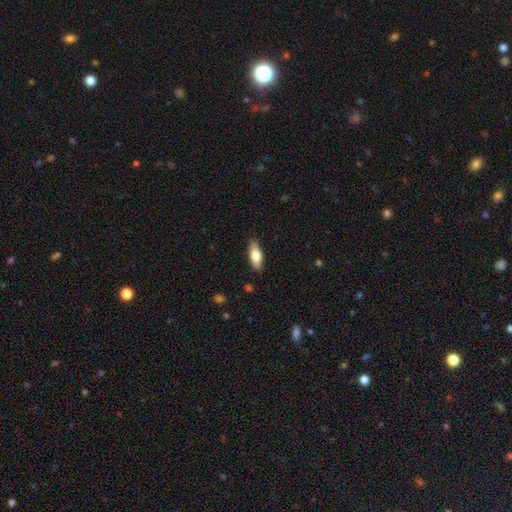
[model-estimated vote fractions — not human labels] smooth-or-featured: smooth: 71% | featured or disk: 23% | star or artifact: 6%
  how-rounded: in between: 69% | cigar-shaped: 29% | round: 2%
  merging: none: 87% | minor disturbance: 10% | major disturbance: 2% | merger: 1%